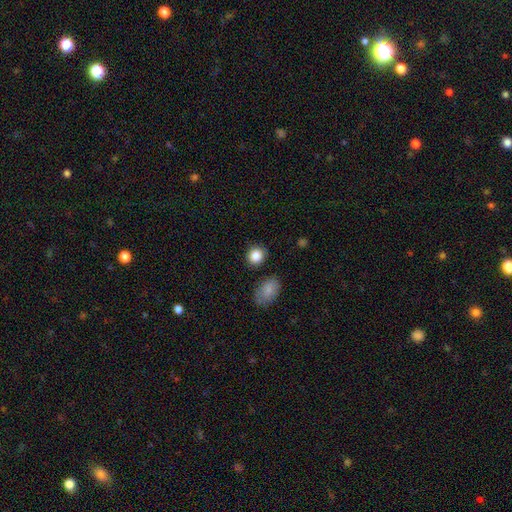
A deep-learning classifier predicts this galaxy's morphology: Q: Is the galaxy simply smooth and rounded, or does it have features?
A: smooth — 87%.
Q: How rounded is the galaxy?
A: round — 73%.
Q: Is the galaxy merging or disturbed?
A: none — 84%.